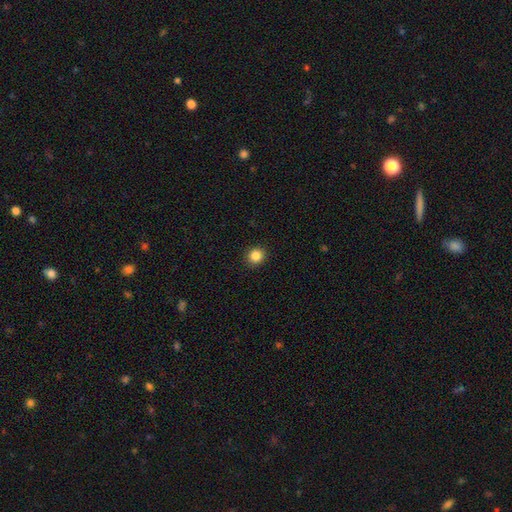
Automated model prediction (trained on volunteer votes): A smooth galaxy with no disk features (86%) that is round (89%). Merging: none (91%).